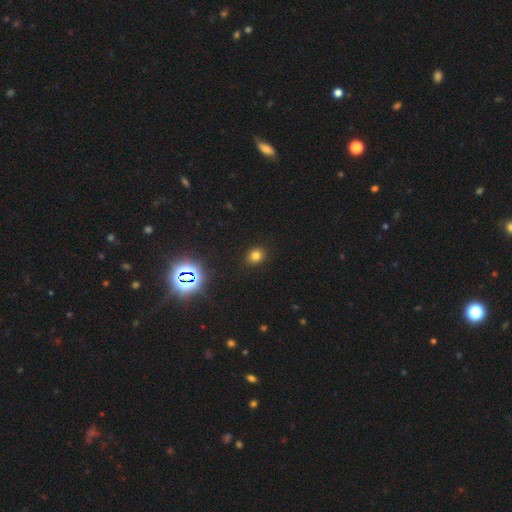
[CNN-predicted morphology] Q: Smooth or featured?
A: smooth (74%); runner-up: star or artifact (20%)
Q: How rounded?
A: round (71%); runner-up: in between (28%)
Q: Merging?
A: none (89%); runner-up: minor disturbance (7%)